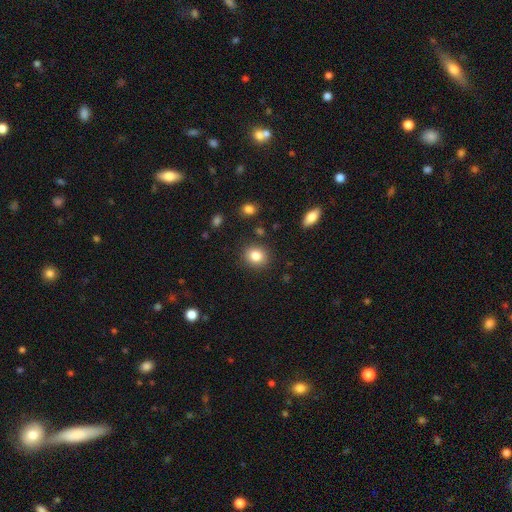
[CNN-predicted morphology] Smooth or featured? Predicted: smooth (p=0.83). How rounded? Predicted: round (p=0.76). Merging? Predicted: none (p=0.88).